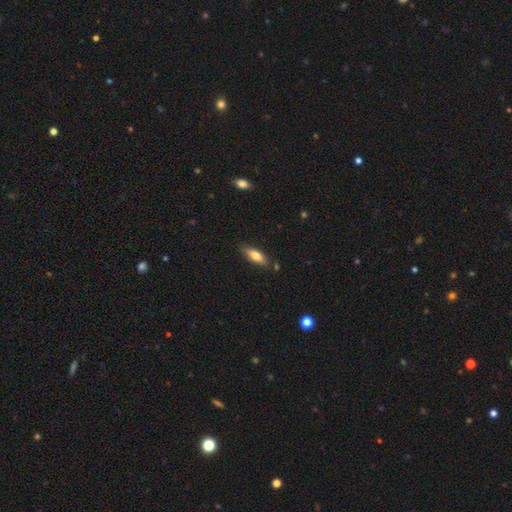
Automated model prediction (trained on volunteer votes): Morphology: type=smooth (70%); roundness=in between (60%); merging=none (81%).